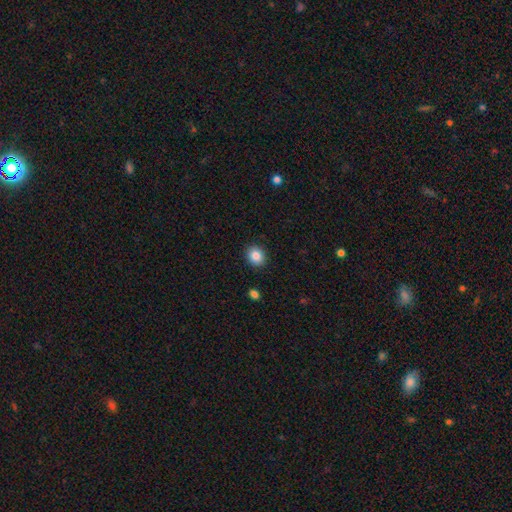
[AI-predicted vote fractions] Smooth or featured? Predicted: smooth (p=0.86). How rounded? Predicted: round (p=0.68). Merging? Predicted: none (p=0.91).